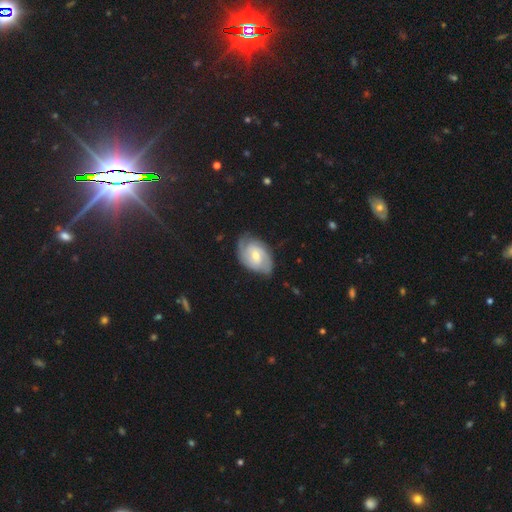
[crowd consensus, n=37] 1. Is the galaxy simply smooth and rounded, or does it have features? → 92% featured or disk, 5% smooth, 3% star or artifact.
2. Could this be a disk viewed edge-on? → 100% no, 0% yes.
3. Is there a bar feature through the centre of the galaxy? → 56% weak, 44% no, 0% strong.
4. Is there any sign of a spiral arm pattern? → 94% yes, 6% no.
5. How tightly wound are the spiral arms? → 56% tight, 28% medium, 16% loose.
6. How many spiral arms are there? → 56% 2, 25% can't tell, 12% 3, 3% 1, 3% 4, 0% more than 4.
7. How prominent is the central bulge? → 62% moderate, 38% small, 0% dominant, 0% large, 0% none.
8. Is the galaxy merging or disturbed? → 78% none, 14% minor disturbance, 8% major disturbance, 0% merger.